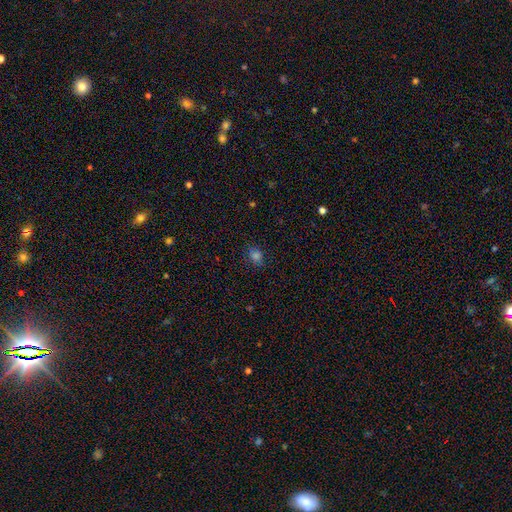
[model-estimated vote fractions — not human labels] Morphology: type=smooth (75%); roundness=round (61%); merging=none (81%).